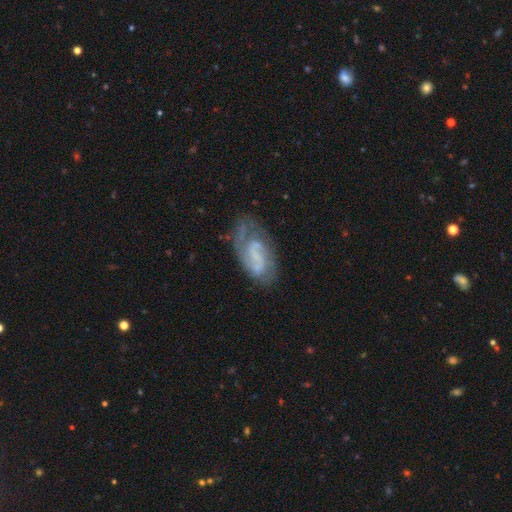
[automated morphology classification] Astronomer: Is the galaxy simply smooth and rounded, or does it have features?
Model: featured or disk — 75%.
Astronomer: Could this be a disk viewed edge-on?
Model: no — 96%.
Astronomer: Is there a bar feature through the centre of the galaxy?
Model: weak — 45% (runner-up: no, 39%).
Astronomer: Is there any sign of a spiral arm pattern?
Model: yes — 88%.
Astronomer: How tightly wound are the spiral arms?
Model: medium — 44% (runner-up: tight, 33%).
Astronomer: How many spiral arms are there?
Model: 2 — 61%.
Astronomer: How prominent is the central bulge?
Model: none — 48% (runner-up: small, 36%).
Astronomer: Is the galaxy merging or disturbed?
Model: none — 56%.